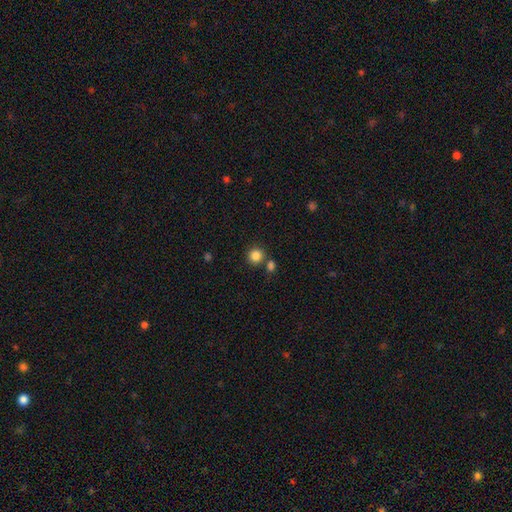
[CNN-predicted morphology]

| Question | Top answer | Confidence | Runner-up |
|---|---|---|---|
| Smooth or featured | smooth | 84% | star or artifact (11%) |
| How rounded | round | 91% | in between (8%) |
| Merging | none | 76% | merger (14%) |